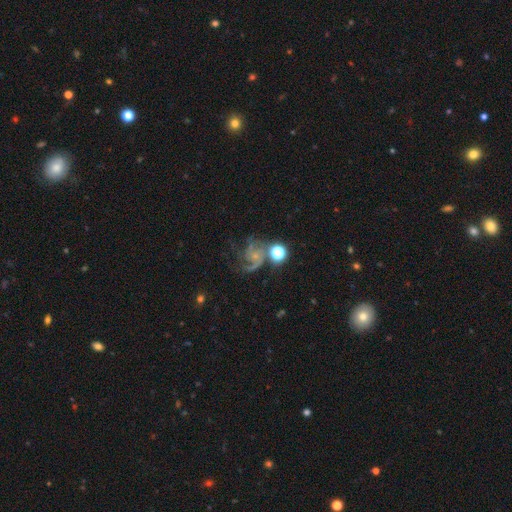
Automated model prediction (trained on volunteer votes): Smooth or featured?
  - featured or disk: 77% *
  - smooth: 12%
  - star or artifact: 11%
Edge-on disk?
  - no: 98% *
  - yes: 2%
Bar?
  - no: 73% *
  - weak: 22%
  - strong: 5%
Spiral arms?
  - yes: 95% *
  - no: 5%
Spiral winding?
  - medium: 48% *
  - tight: 28%
  - loose: 24%
Spiral arm count?
  - 2: 37% *
  - 3: 27%
  - can't tell: 16%
  - 1: 10%
  - 4: 6%
  - more than 4: 5%
Bulge size?
  - small: 68% *
  - moderate: 17%
  - none: 12%
  - large: 2%
  - dominant: 1%
Merging?
  - none: 44% *
  - major disturbance: 25%
  - minor disturbance: 19%
  - merger: 11%